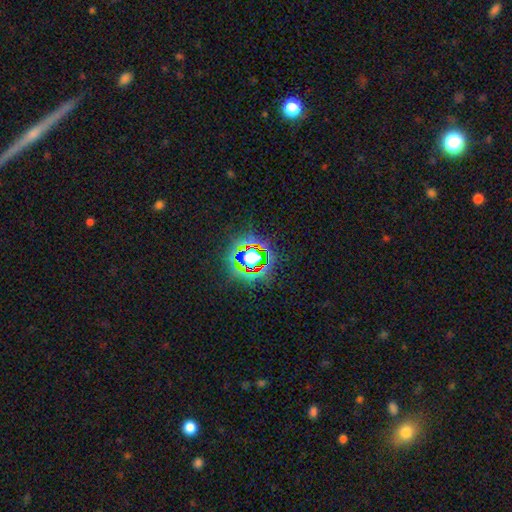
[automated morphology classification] type=star or artifact (67%).